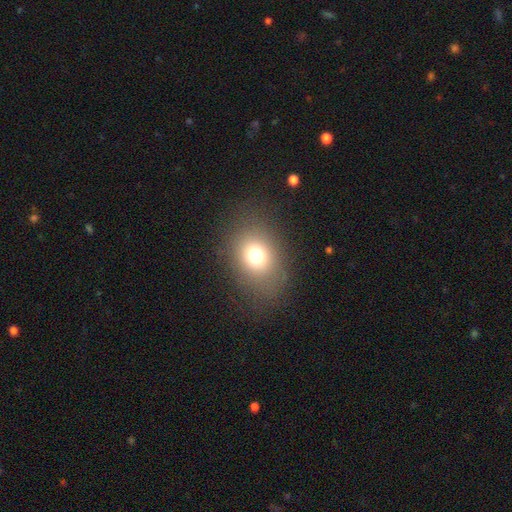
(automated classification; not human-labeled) Smooth or featured: smooth — 72% (star or artifact — 16%)
How rounded: in between — 53% (round — 46%)
Merging: none — 81% (minor disturbance — 11%)